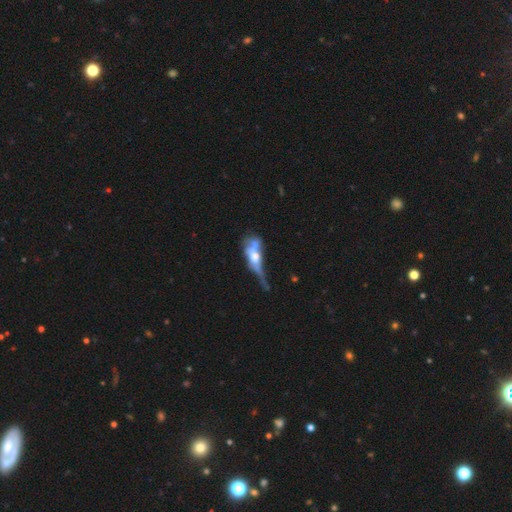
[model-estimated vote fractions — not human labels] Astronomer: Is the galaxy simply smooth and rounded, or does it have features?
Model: featured or disk — 56% (runner-up: smooth, 34%).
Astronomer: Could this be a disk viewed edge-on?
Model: no — 65%.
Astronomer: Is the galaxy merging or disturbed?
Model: major disturbance — 42% (runner-up: merger, 27%).